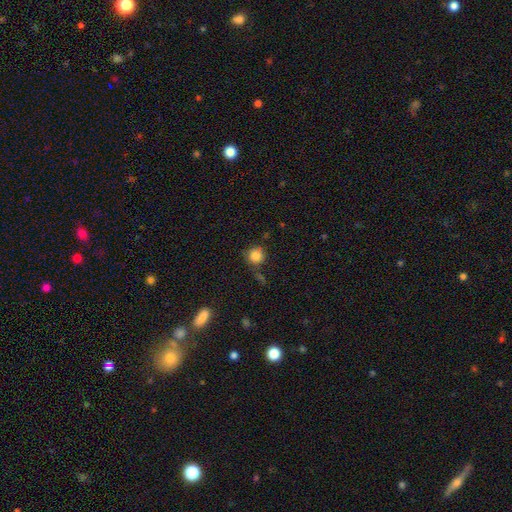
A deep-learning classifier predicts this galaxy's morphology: This is clearly a smooth galaxy (85%). How rounded: clearly round (92%). Merging: likely none (76%).